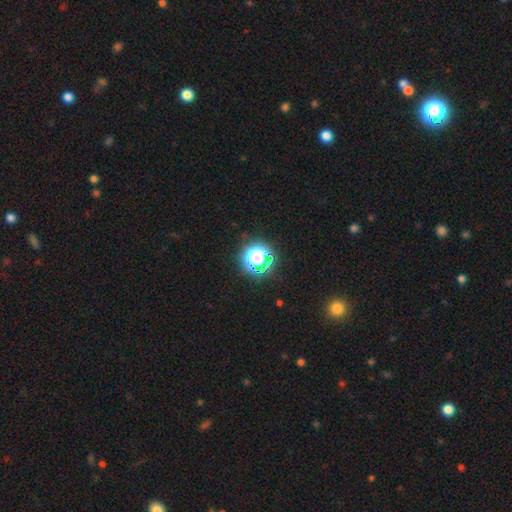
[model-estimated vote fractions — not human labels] Smooth or featured? Predicted: star or artifact (p=0.48).